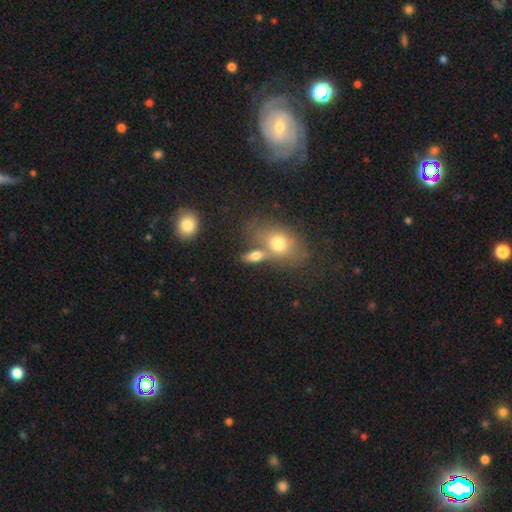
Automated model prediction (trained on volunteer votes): Q: Smooth or featured?
A: smooth (68%); runner-up: featured or disk (21%)
Q: How rounded?
A: in between (72%); runner-up: round (15%)
Q: Merging?
A: none (47%); runner-up: merger (34%)